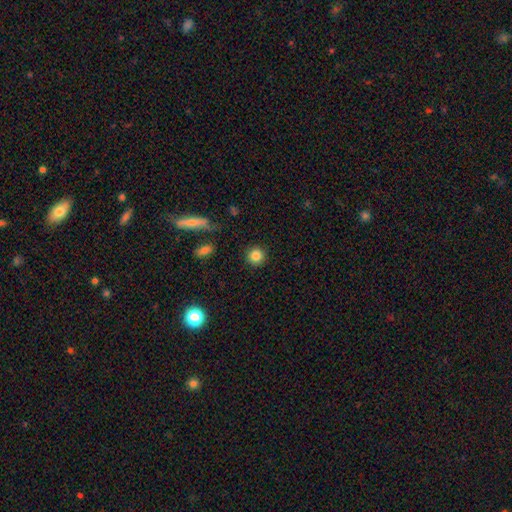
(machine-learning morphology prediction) This appears to be a smooth galaxy with no disk features (85%) that is round (93%). Merging: none (90%).